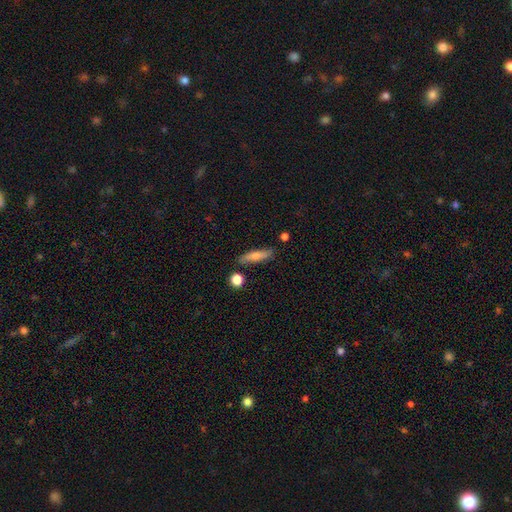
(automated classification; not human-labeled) Q: Smooth or featured?
A: smooth (63%); runner-up: featured or disk (29%)
Q: How rounded?
A: cigar-shaped (75%); runner-up: in between (22%)
Q: Merging?
A: none (81%); runner-up: minor disturbance (12%)